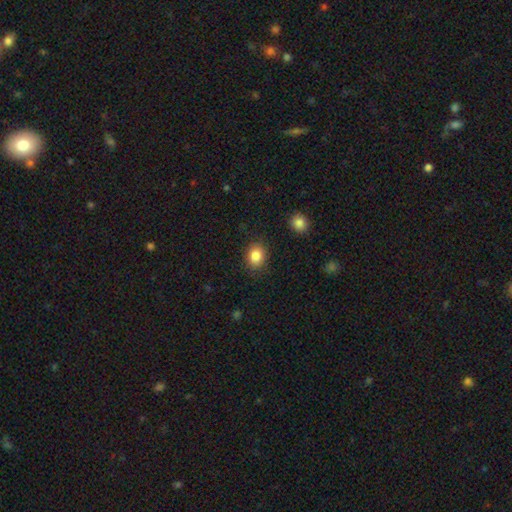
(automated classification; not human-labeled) This is clearly a smooth galaxy (86%). How rounded: possibly in between (50%). Merging: clearly none (86%).